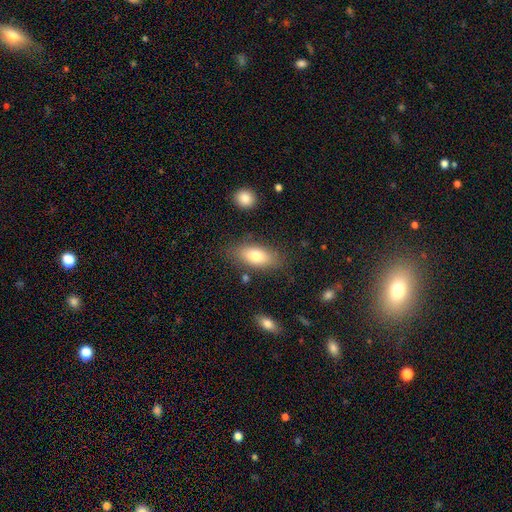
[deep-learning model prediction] A smooth galaxy with no disk features (75%) that is in between round and cigar-shaped (84%).

Vote fractions:
- Smooth or featured? smooth: 75% / featured or disk: 17% / star or artifact: 8%
- How rounded? in between: 84% / cigar-shaped: 12% / round: 4%
- Merging? none: 79% / minor disturbance: 14% / major disturbance: 4% / merger: 4%